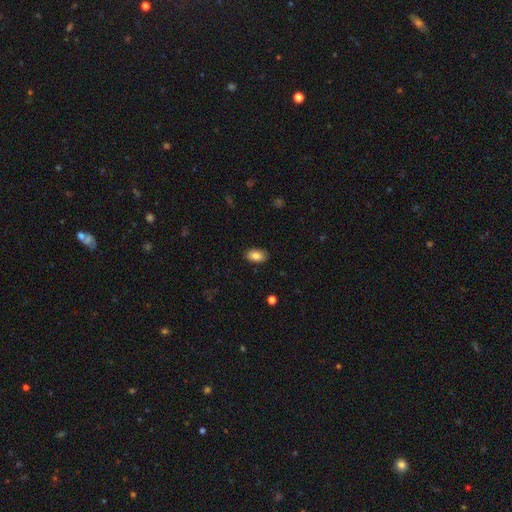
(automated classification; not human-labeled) A smooth galaxy with no disk features (84%) that is in between round and cigar-shaped (92%).

Vote fractions:
- Smooth or featured? smooth: 84% / featured or disk: 9% / star or artifact: 7%
- How rounded? in between: 92% / round: 6% / cigar-shaped: 2%
- Merging? none: 86% / minor disturbance: 11% / major disturbance: 2% / merger: 1%